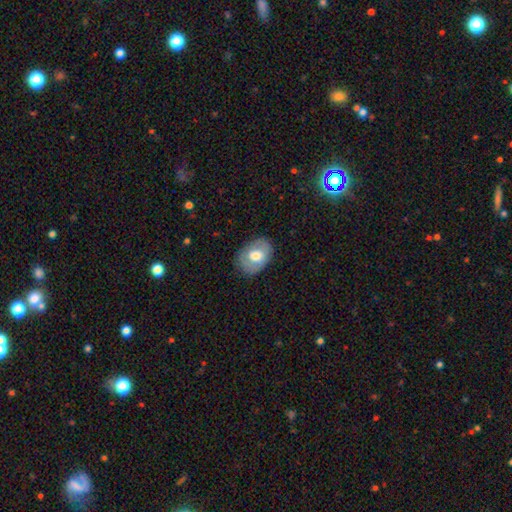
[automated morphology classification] A smooth galaxy with no disk features (62%) that is in between round and cigar-shaped (78%). Merging: none (78%).